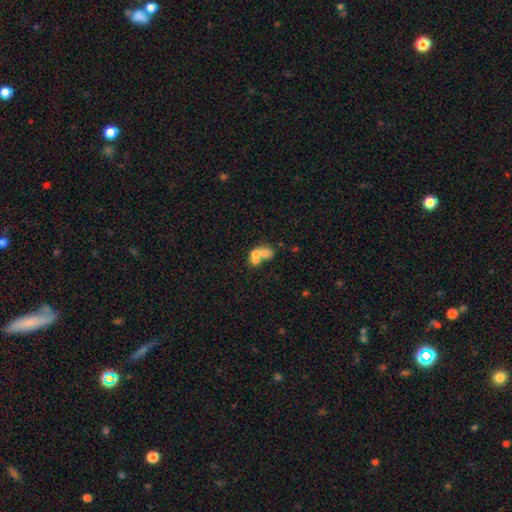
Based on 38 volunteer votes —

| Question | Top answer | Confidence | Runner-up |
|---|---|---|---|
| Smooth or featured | smooth | 63% | featured or disk (32%) |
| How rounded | round | 50% | tied: in between (50%) |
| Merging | merger | 67% | none (19%) |